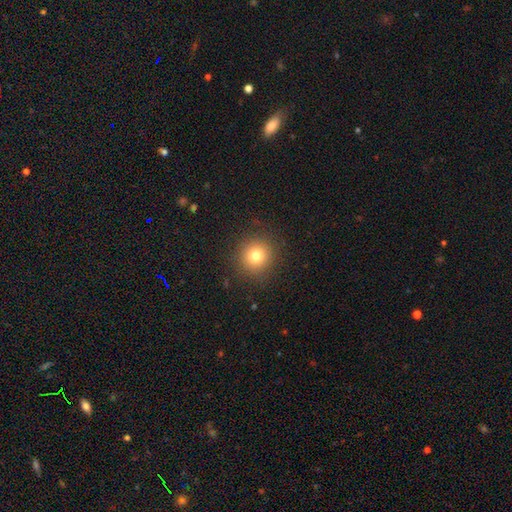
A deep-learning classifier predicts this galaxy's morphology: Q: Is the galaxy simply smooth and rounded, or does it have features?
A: smooth — 78%.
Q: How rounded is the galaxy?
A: round — 93%.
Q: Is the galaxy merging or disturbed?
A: none — 89%.